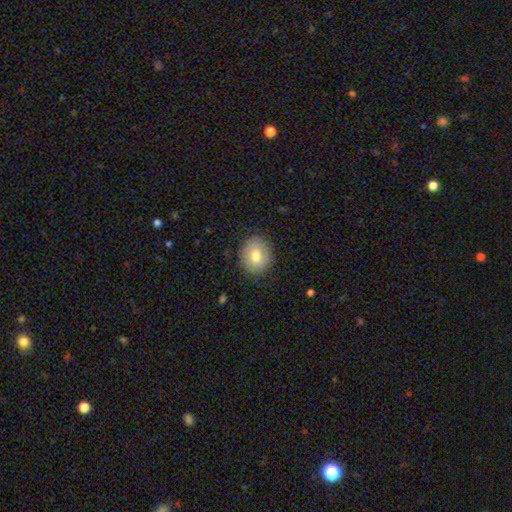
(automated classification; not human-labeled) Morphology: type=smooth (73%); roundness=round (69%); merging=none (84%).